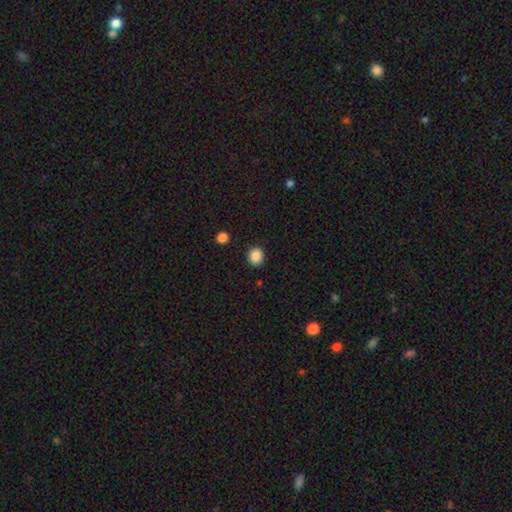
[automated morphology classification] A smooth galaxy with no disk features (88%) that is round (73%).

Vote fractions:
- Smooth or featured? smooth: 88% / star or artifact: 10% / featured or disk: 3%
- How rounded? round: 73% / in between: 27% / cigar-shaped: 1%
- Merging? none: 89% / minor disturbance: 7% / major disturbance: 2% / merger: 2%